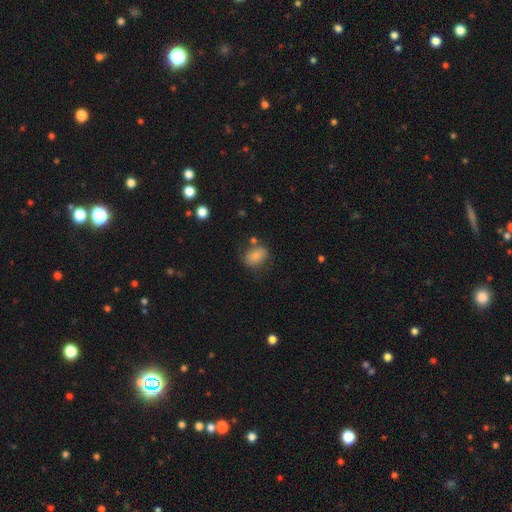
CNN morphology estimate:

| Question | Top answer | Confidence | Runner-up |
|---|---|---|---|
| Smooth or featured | smooth | 80% | featured or disk (11%) |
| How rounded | in between | 68% | round (31%) |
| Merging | none | 65% | minor disturbance (20%) |